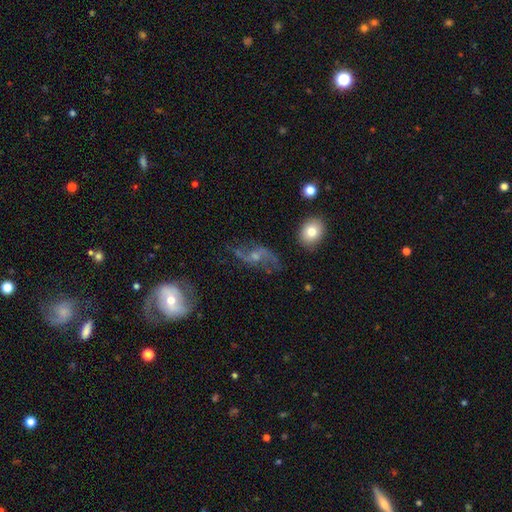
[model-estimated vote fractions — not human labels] This appears to be a featured or disk galaxy (78%) with no bar (49%), 2 (89%) loose (75%) spiral arms (92%) and a small central bulge (54%). Merging: none (61%).